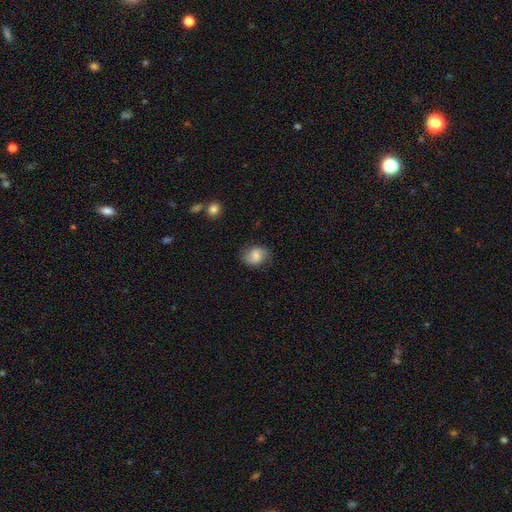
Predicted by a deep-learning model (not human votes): Smooth or featured? Predicted: smooth (p=0.56). How rounded? Predicted: in between (p=0.56). Merging? Predicted: none (p=0.76).